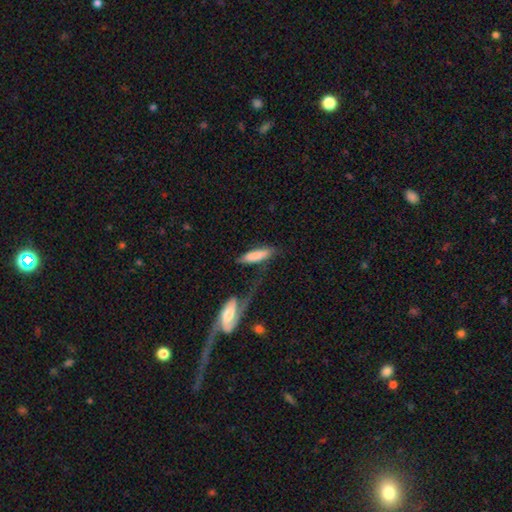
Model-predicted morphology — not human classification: The model was most divided on "how rounded": cigar-shaped: 57%, in between: 41%, round: 2%. Remaining: smooth or featured — smooth (78%); merging — none (47%).